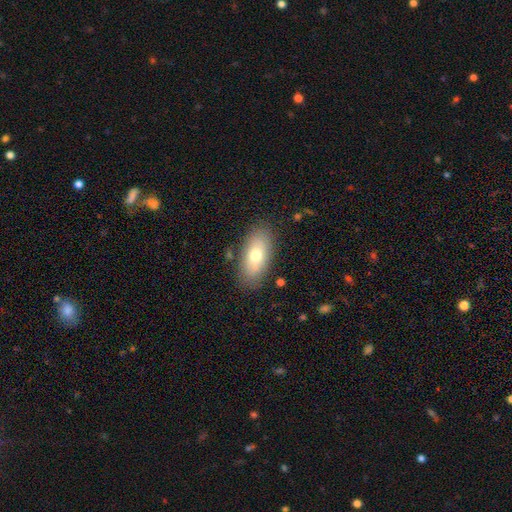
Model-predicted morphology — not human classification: This appears to be a smooth galaxy with no disk features (67%) that is in between round and cigar-shaped (87%). Merging: none (82%).